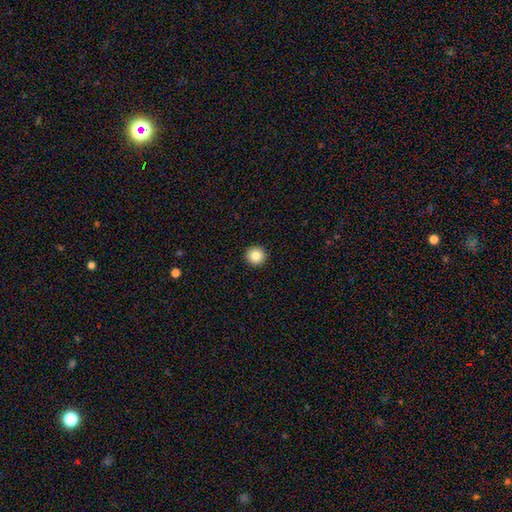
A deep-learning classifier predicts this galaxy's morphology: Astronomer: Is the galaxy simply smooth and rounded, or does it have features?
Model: smooth — 85%.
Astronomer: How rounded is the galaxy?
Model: round — 96%.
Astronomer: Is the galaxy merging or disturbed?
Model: none — 94%.